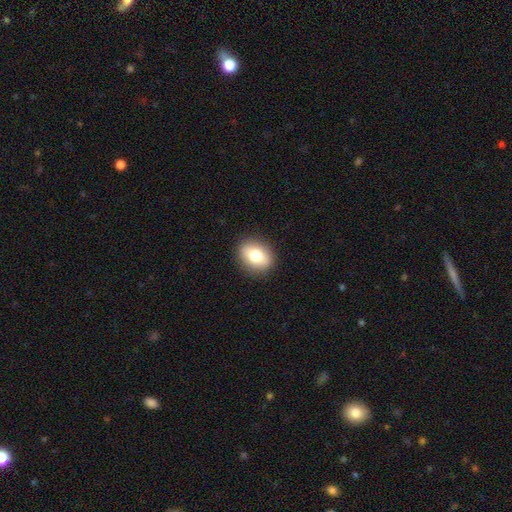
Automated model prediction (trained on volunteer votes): A smooth galaxy with no disk features (76%) that is in between round and cigar-shaped (59%). Merging: none (89%).